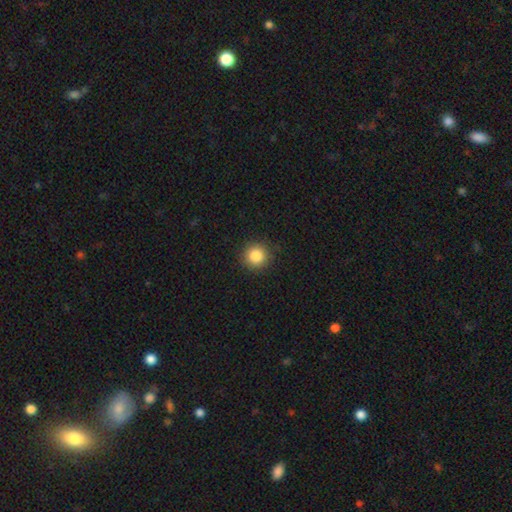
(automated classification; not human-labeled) A smooth galaxy with no disk features (85%) that is round (94%). Merging: none (90%).